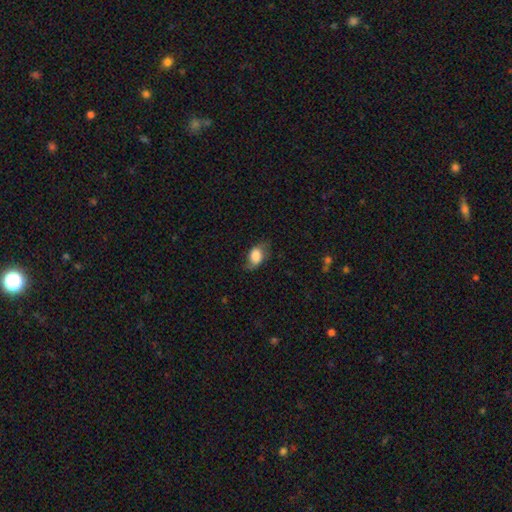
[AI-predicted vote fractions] A smooth galaxy with no disk features (75%) that is in between round and cigar-shaped (83%).

Vote fractions:
- Smooth or featured? smooth: 75% / featured or disk: 17% / star or artifact: 8%
- How rounded? in between: 83% / round: 15% / cigar-shaped: 2%
- Merging? none: 60% / minor disturbance: 27% / major disturbance: 11% / merger: 1%